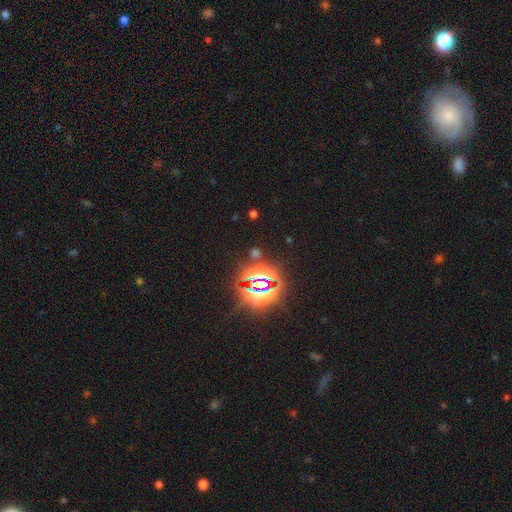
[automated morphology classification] type=star or artifact (80%).